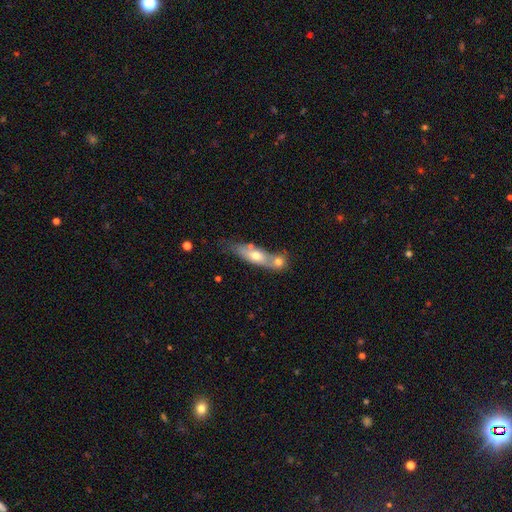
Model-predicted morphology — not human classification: A smooth galaxy with no disk features (57%) that is in between round and cigar-shaped (48%). Merging: merger (49%).